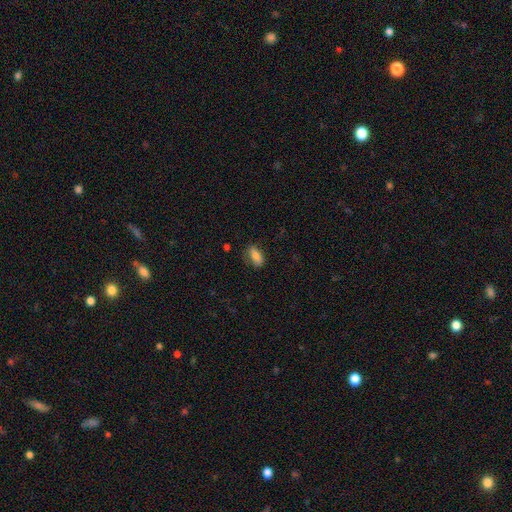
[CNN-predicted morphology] Smooth or featured? Predicted: smooth (p=0.81). How rounded? Predicted: in between (p=0.83). Merging? Predicted: none (p=0.78).